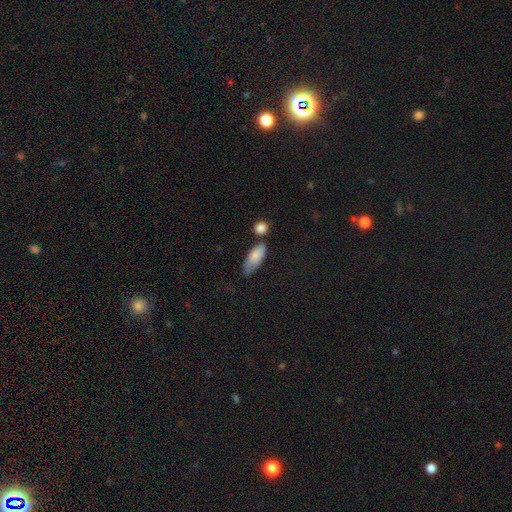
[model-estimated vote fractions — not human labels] smooth_or_featured: smooth (p=0.81) [alt: featured or disk p=0.12]
how_rounded: in between (p=0.78) [alt: cigar-shaped p=0.20]
merging: none (p=0.47) [alt: minor disturbance p=0.32]